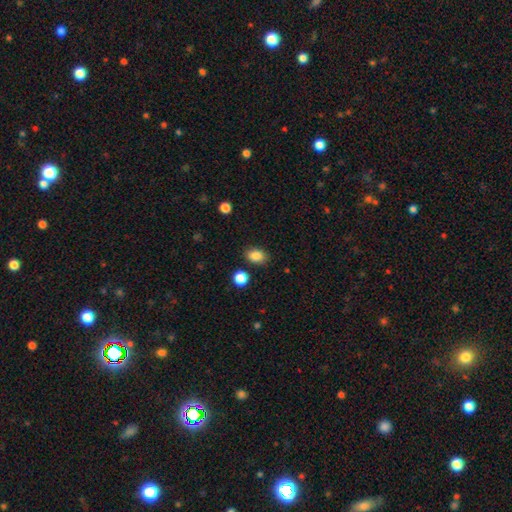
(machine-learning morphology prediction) A smooth galaxy with no disk features (86%) that is in between round and cigar-shaped (75%).

Vote fractions:
- Smooth or featured? smooth: 86% / star or artifact: 9% / featured or disk: 5%
- How rounded? in between: 75% / round: 23% / cigar-shaped: 1%
- Merging? none: 84% / minor disturbance: 10% / merger: 3% / major disturbance: 3%